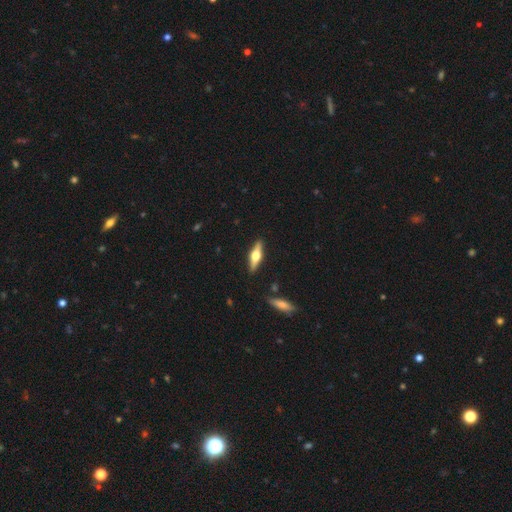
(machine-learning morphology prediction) featured or disk 65%, smooth 29%, star or artifact 5%. Down the decision tree: edge-on disk — yes (96%); edge-on bulge — rounded (95%); merging — none (89%).